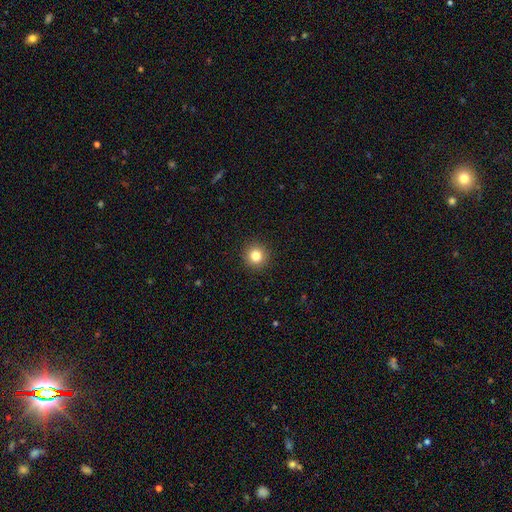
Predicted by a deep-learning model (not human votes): This appears to be a smooth galaxy with no disk features (82%) that is round (94%). Merging: none (92%).